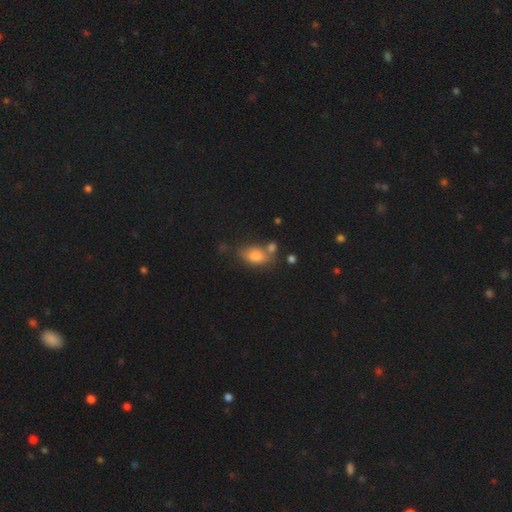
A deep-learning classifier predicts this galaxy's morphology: Overall: smooth (78%). How rounded: in between (85%). Merging: none (54%; merger 20%).